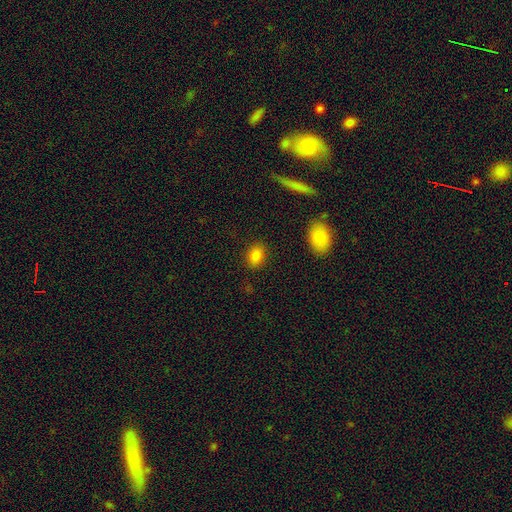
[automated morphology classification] Q: Smooth or featured?
A: smooth (84%); runner-up: star or artifact (11%)
Q: How rounded?
A: in between (64%); runner-up: round (34%)
Q: Merging?
A: none (88%); runner-up: minor disturbance (8%)